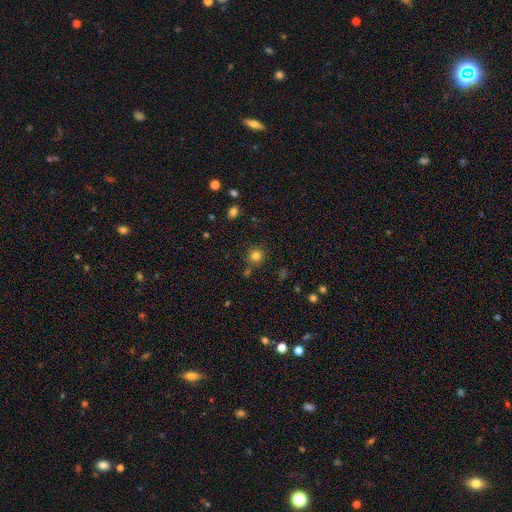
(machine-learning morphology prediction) Smooth or featured: smooth — 80% (star or artifact — 14%)
How rounded: round — 91% (in between — 8%)
Merging: none — 81% (minor disturbance — 9%)